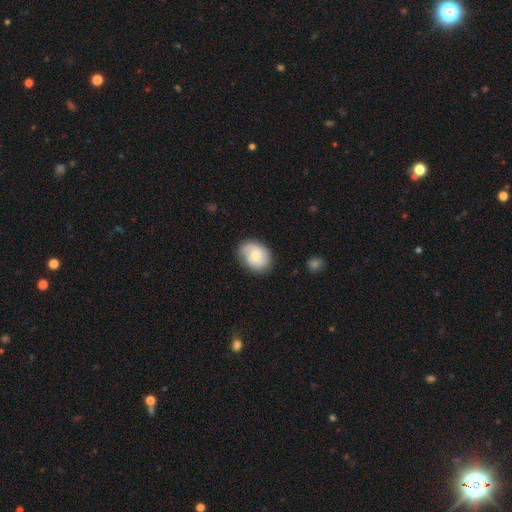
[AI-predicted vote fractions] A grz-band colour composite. It shows a smooth galaxy with no disk features (64%) that is in between round and cigar-shaped (63%). Merging: none (73%).